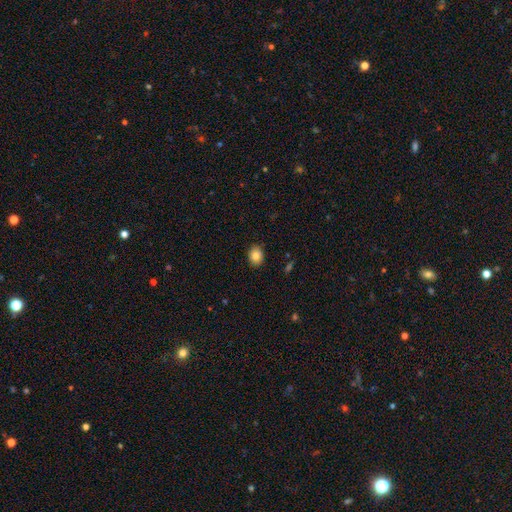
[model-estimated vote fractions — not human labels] A smooth galaxy with no disk features (84%) that is in between round and cigar-shaped (54%). Merging: none (89%).